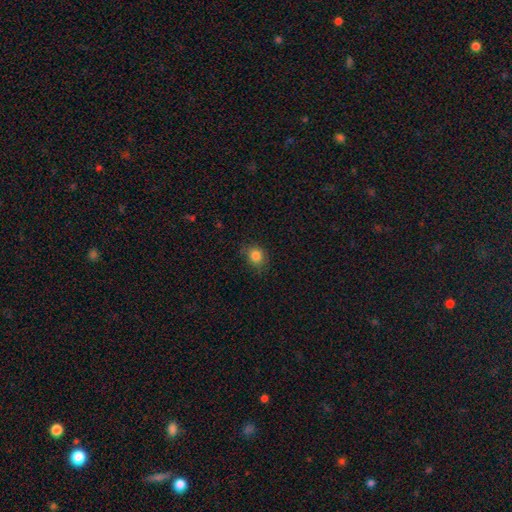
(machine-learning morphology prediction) The model was most divided on "how rounded": round: 68%, in between: 31%, cigar-shaped: 1%. More confident: smooth or featured — smooth (84%); merging — none (80%).